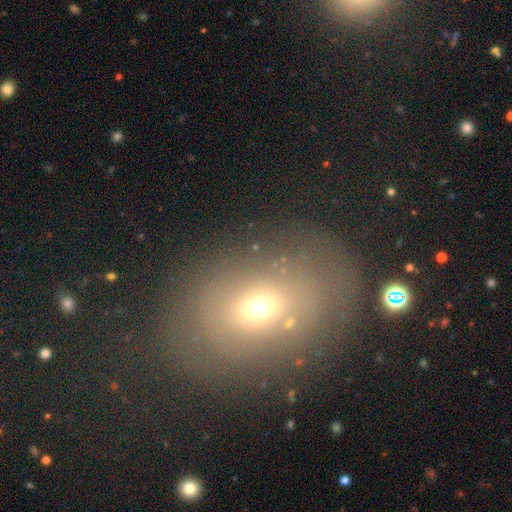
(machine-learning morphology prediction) smooth-or-featured: smooth: 52% | featured or disk: 28% | star or artifact: 19%
  how-rounded: in between: 73% | round: 25% | cigar-shaped: 2%
  merging: none: 72% | minor disturbance: 15% | major disturbance: 9% | merger: 4%